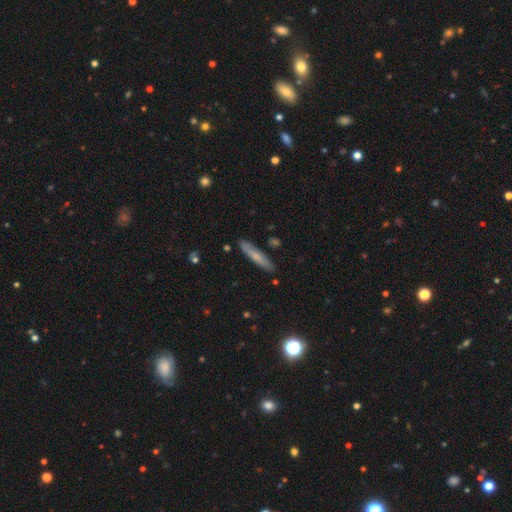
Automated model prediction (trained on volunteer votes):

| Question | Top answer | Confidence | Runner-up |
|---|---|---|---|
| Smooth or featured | smooth | 63% | featured or disk (31%) |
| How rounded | cigar-shaped | 92% | in between (7%) |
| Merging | none | 86% | minor disturbance (10%) |